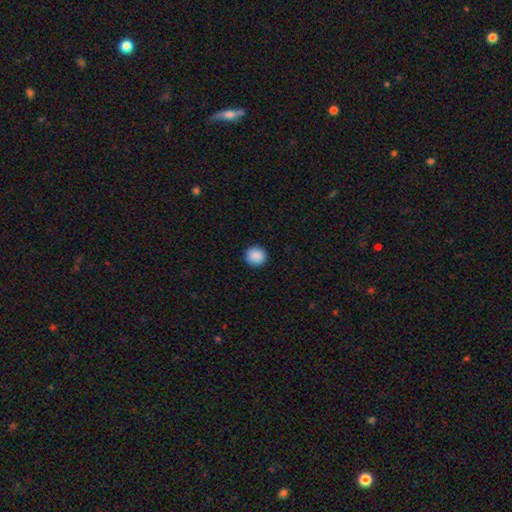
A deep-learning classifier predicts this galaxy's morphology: smooth_or_featured: smooth (p=0.90) [alt: star or artifact p=0.08]
how_rounded: round (p=0.91) [alt: in between p=0.08]
merging: none (p=0.92) [alt: minor disturbance p=0.05]